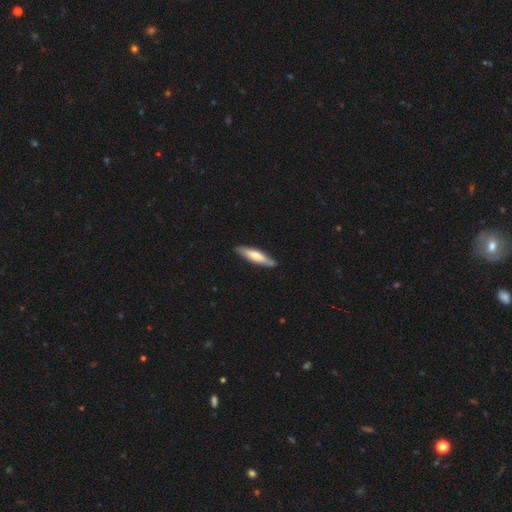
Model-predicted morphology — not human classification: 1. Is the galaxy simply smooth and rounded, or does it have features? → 60% smooth, 35% featured or disk, 5% star or artifact.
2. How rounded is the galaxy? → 75% cigar-shaped, 23% in between, 1% round.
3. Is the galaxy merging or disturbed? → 82% none, 14% minor disturbance, 2% major disturbance, 2% merger.